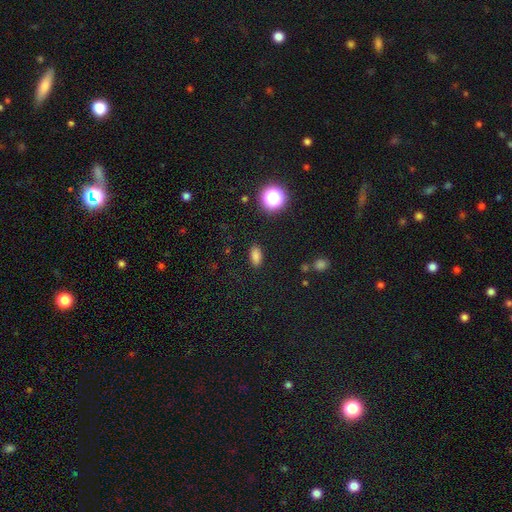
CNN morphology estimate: smooth-or-featured: smooth: 79% | star or artifact: 16% | featured or disk: 5%
  how-rounded: in between: 87% | round: 7% | cigar-shaped: 6%
  merging: none: 87% | minor disturbance: 9% | major disturbance: 3% | merger: 1%